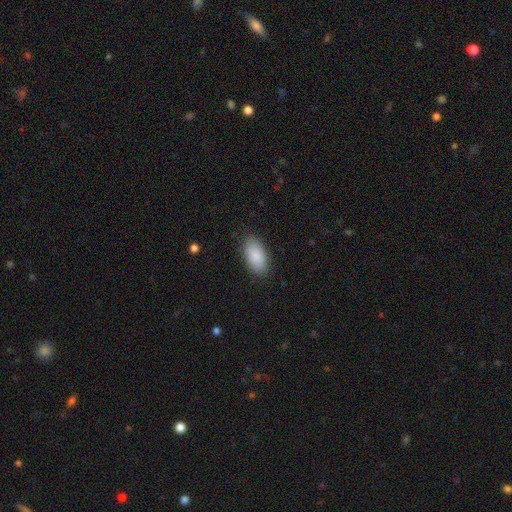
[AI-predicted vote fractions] A smooth galaxy with no disk features (89%) that is in between round and cigar-shaped (94%). Merging: none (87%).